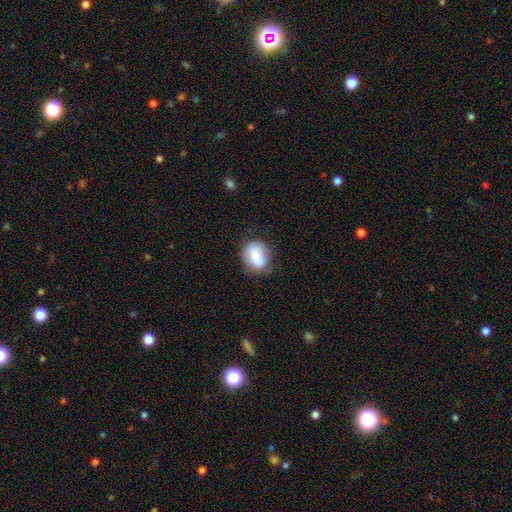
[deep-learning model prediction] This appears to be a smooth galaxy with no disk features (73%) that is in between round and cigar-shaped (54%). Merging: none (66%).